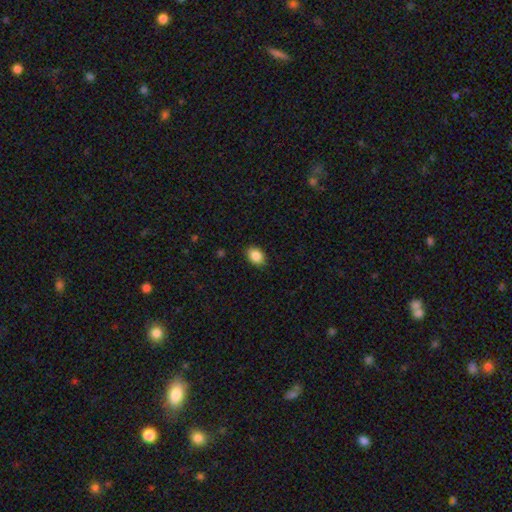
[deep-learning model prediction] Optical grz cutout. It shows a smooth galaxy with no disk features (86%) that is in between round and cigar-shaped (75%). Merging: none (87%).